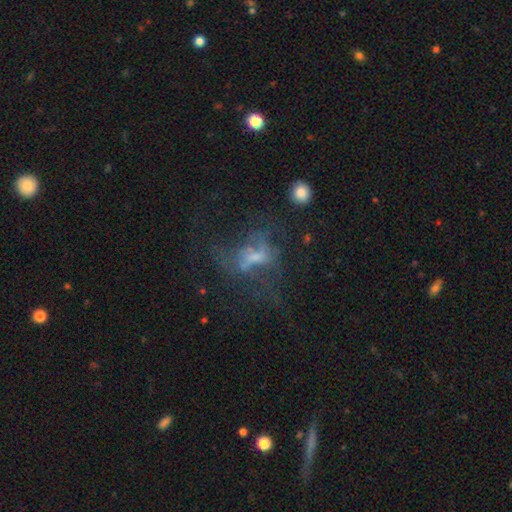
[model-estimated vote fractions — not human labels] Q: Smooth or featured?
A: featured or disk (54%); runner-up: smooth (25%)
Q: Edge-on disk?
A: no (94%); runner-up: yes (6%)
Q: Bar?
A: no (59%); runner-up: weak (28%)
Q: Spiral arms?
A: no (71%); runner-up: yes (29%)
Q: Bulge size?
A: small (37%); runner-up: moderate (29%)
Q: Merging?
A: major disturbance (41%); runner-up: none (37%)